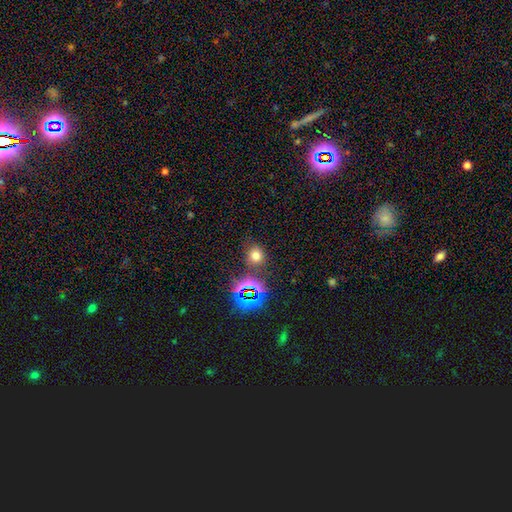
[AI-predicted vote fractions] Q: Smooth or featured?
A: smooth (66%); runner-up: star or artifact (26%)
Q: How rounded?
A: round (78%); runner-up: in between (21%)
Q: Merging?
A: none (78%); runner-up: minor disturbance (10%)